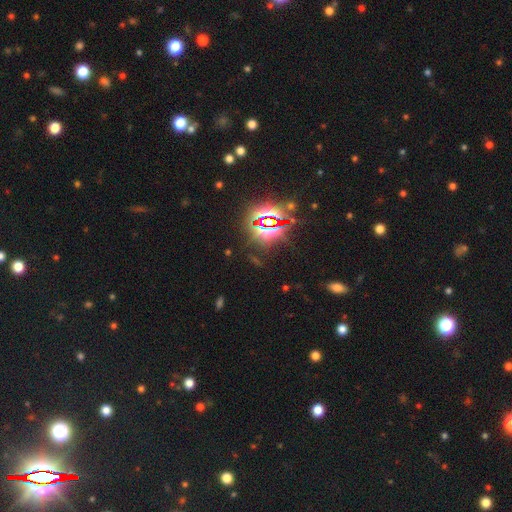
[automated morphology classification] A star or artifact, not a galaxy (84%).

Vote fractions:
- Smooth or featured? star or artifact: 84% / smooth: 9% / featured or disk: 7%